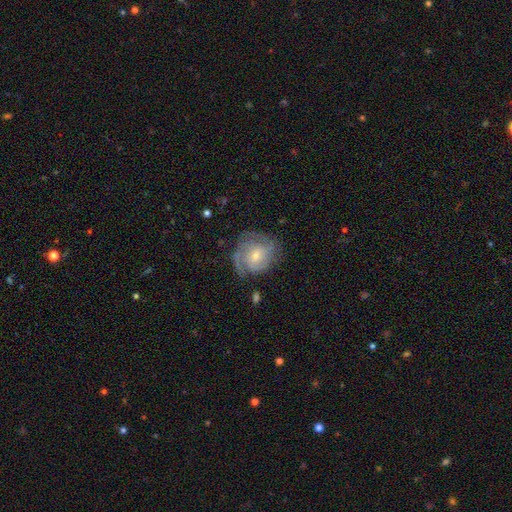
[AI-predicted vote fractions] A featured or disk galaxy (71%) with no bar (60%), tight (56%) spiral arms (89%) and a small central bulge (51%).

Vote fractions:
- Smooth or featured? featured or disk: 71% / smooth: 22% / star or artifact: 7%
- Edge-on disk? no: 98% / yes: 2%
- Bar? no: 60% / weak: 35% / strong: 5%
- Spiral arms? yes: 89% / no: 11%
- Spiral winding? tight: 56% / medium: 33% / loose: 11%
- Spiral arm count? can't tell: 37% / 2: 25% / 3: 21% / 4: 7% / 1: 7% / more than 4: 4%
- Bulge size? small: 51% / moderate: 43% / large: 3% / none: 2% / dominant: 1%
- Merging? none: 64% / minor disturbance: 23% / major disturbance: 12% / merger: 2%